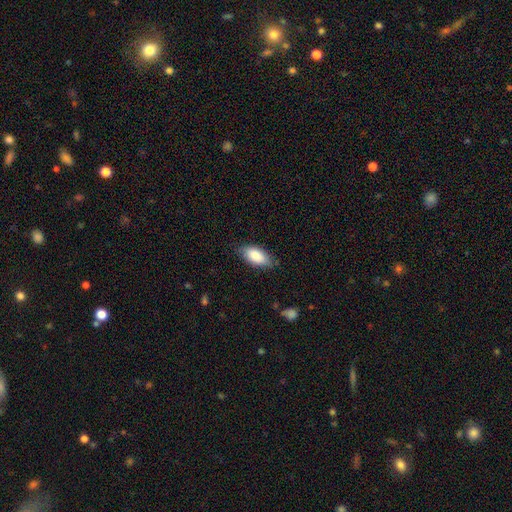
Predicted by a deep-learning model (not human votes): A smooth galaxy with no disk features (85%) that is in between round and cigar-shaped (90%).

Vote fractions:
- Smooth or featured? smooth: 85% / featured or disk: 9% / star or artifact: 6%
- How rounded? in between: 90% / cigar-shaped: 8% / round: 2%
- Merging? none: 78% / minor disturbance: 18% / major disturbance: 3% / merger: 1%